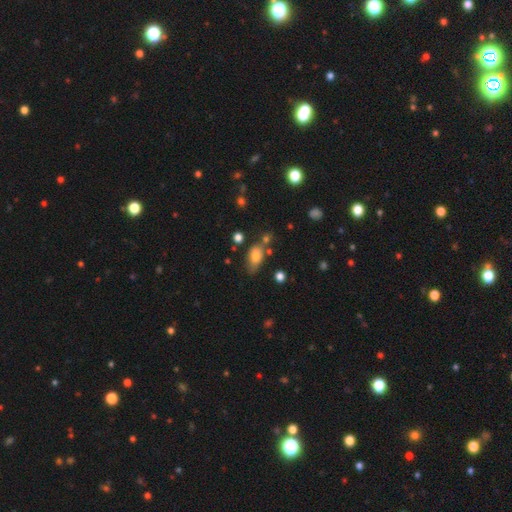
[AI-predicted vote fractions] Smooth or featured: smooth — 79% (featured or disk — 12%)
How rounded: in between — 87% (round — 8%)
Merging: none — 61% (minor disturbance — 23%)